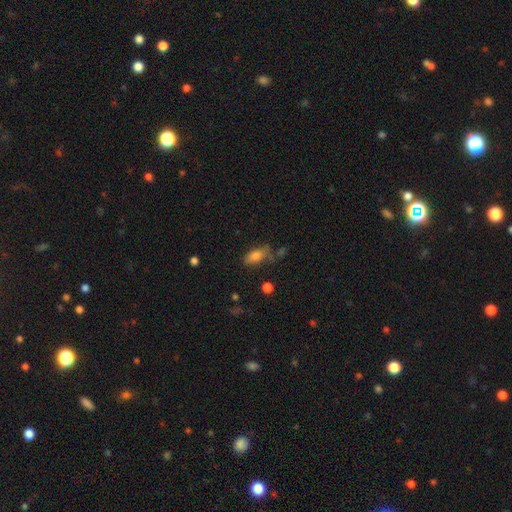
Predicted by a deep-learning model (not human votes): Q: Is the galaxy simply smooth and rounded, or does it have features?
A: smooth — 81%.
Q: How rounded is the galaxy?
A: in between — 86%.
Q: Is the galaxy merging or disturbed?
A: none — 60%.